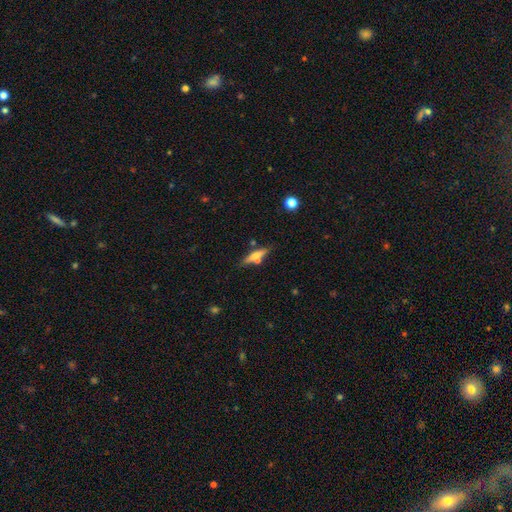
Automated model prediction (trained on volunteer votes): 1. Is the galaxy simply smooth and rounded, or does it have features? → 52% smooth, 41% featured or disk, 8% star or artifact.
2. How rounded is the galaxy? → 79% cigar-shaped, 18% in between, 3% round.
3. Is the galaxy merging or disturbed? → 71% none, 14% minor disturbance, 12% merger, 4% major disturbance.